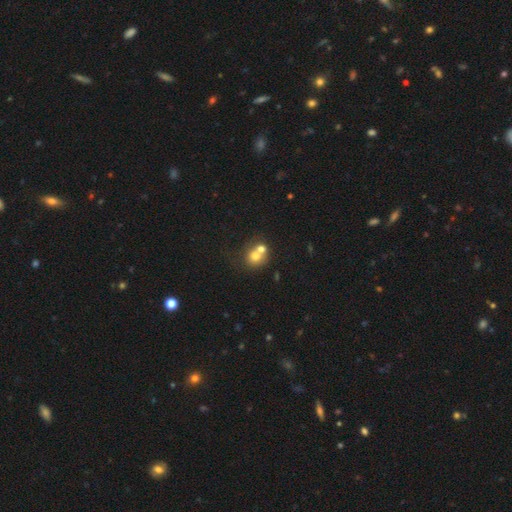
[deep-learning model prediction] Q: Smooth or featured?
A: smooth (68%); runner-up: featured or disk (20%)
Q: How rounded?
A: round (78%); runner-up: in between (21%)
Q: Merging?
A: merger (56%); runner-up: none (33%)